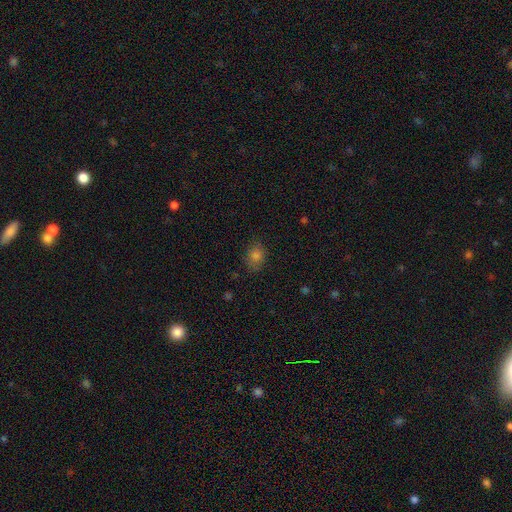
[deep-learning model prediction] A smooth galaxy with no disk features (77%) that is in between round and cigar-shaped (54%).

Vote fractions:
- Smooth or featured? smooth: 77% / star or artifact: 15% / featured or disk: 8%
- How rounded? in between: 54% / round: 44% / cigar-shaped: 1%
- Merging? none: 79% / minor disturbance: 16% / major disturbance: 4% / merger: 1%